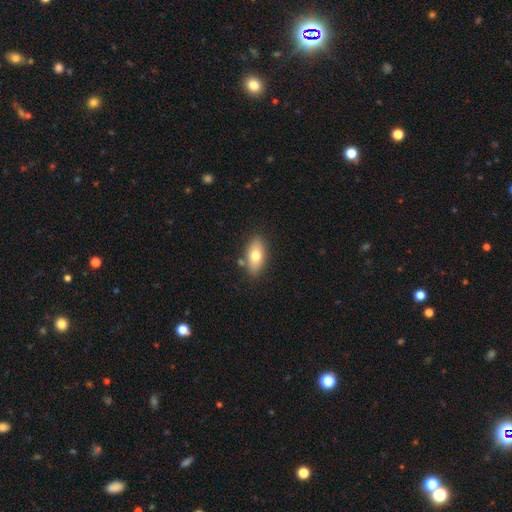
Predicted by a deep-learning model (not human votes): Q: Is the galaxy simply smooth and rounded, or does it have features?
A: smooth — 73%.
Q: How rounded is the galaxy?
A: in between — 88%.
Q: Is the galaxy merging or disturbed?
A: none — 80%.